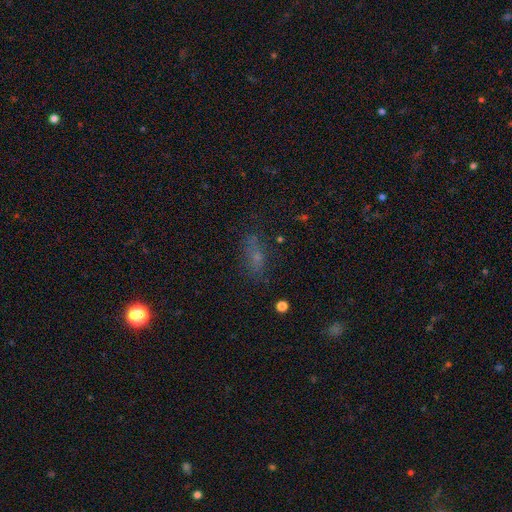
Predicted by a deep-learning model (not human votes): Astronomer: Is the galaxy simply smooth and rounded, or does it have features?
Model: smooth — 52%.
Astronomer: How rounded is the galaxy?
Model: in between — 65%.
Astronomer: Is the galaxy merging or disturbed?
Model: none — 69%.